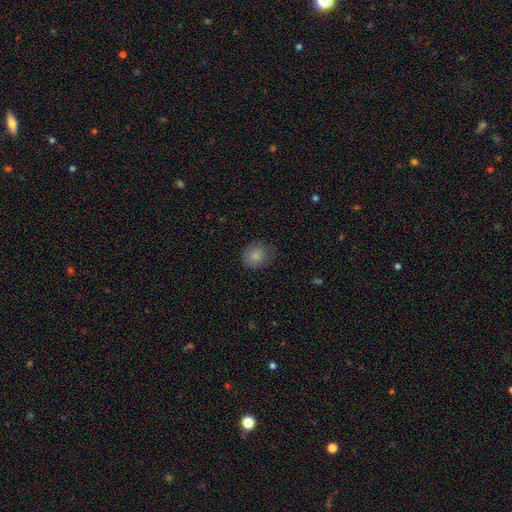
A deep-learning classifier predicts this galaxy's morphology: This is clearly a smooth galaxy (83%). How rounded: likely round (73%). Merging: likely none (74%).